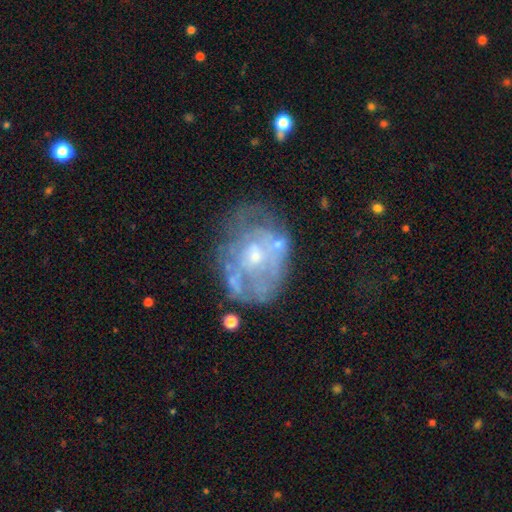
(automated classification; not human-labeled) This appears to be a featured or disk galaxy (70%) with no bar (81%), no spiral arms (58%) and a small central bulge (60%). Merging: none (49%).